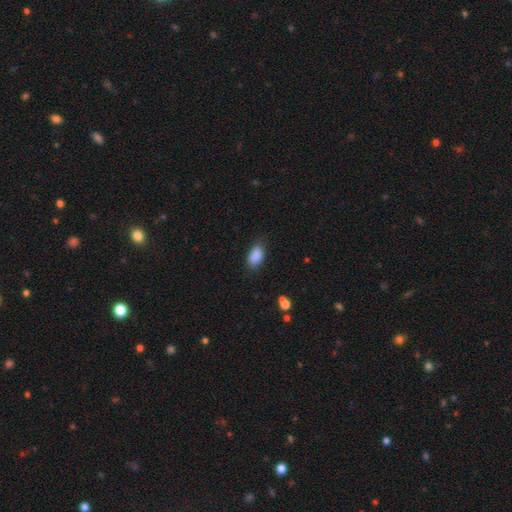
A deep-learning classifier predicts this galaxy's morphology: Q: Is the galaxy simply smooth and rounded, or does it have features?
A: smooth — 88%.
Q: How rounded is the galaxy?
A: in between — 91%.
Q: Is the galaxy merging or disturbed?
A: none — 76%.